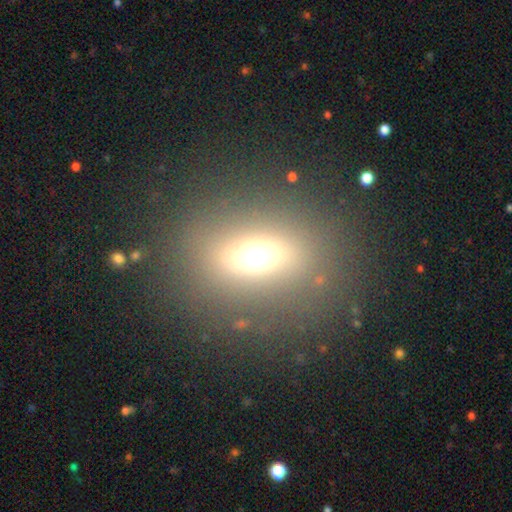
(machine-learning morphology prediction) Smooth or featured: smooth — 61% (star or artifact — 20%)
How rounded: in between — 56% (round — 38%)
Merging: none — 83% (minor disturbance — 9%)